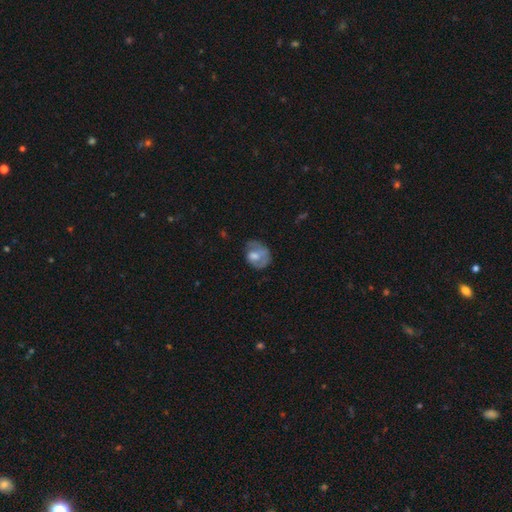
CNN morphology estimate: Overall: smooth (53%; featured or disk 39%). How rounded: round (53%; in between 46%). Merging: none (39%; minor disturbance 31%).